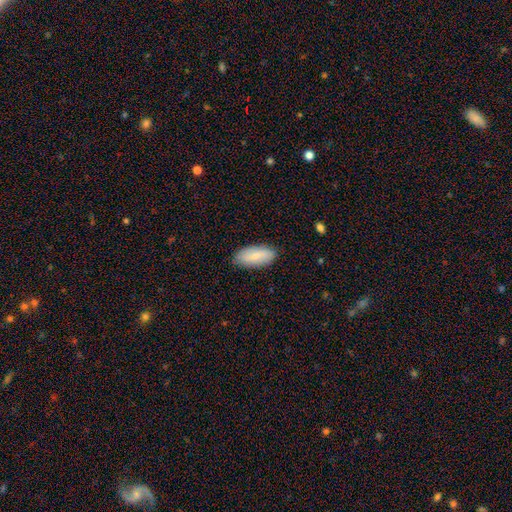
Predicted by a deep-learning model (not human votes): Smooth or featured? smooth (75%)
How rounded? in between (89%)
Merging? none (85%)